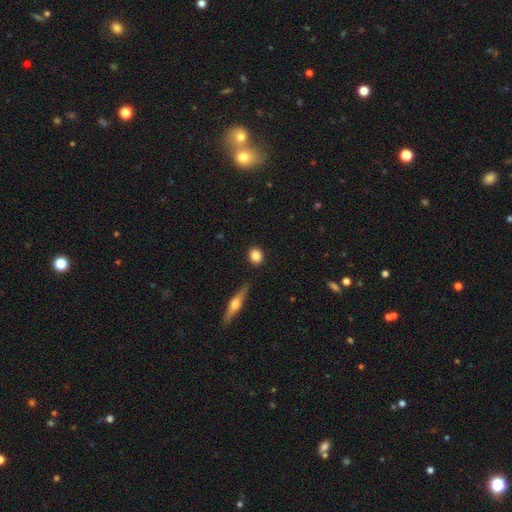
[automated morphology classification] smooth 85%, star or artifact 8%, featured or disk 8%. Down the decision tree: how rounded — round (64%); merging — none (89%).